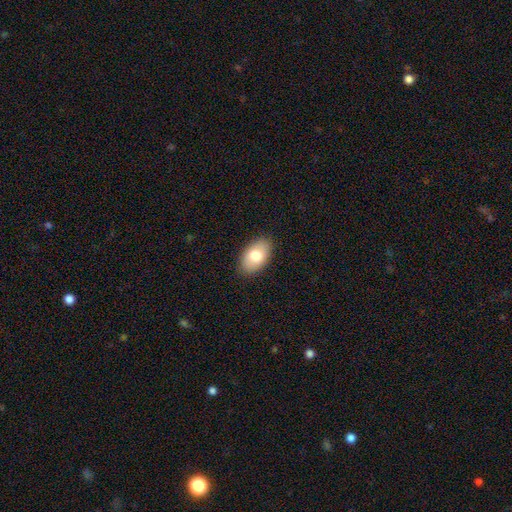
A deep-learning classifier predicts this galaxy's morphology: type=smooth (76%); roundness=in between (93%); merging=none (87%).